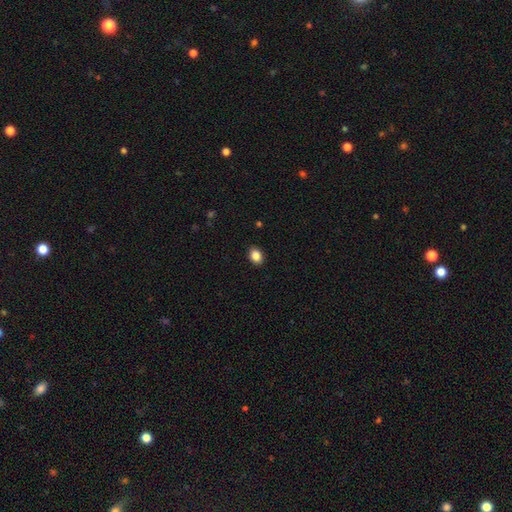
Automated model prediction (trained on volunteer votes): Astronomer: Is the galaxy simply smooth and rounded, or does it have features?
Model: smooth — 87%.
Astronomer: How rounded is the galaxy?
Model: in between — 68%.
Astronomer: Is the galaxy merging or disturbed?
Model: none — 90%.